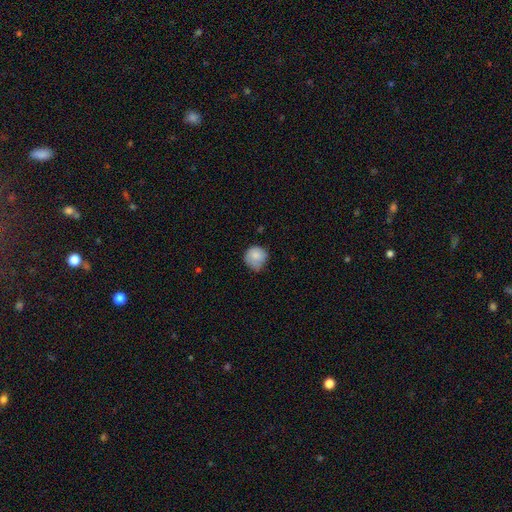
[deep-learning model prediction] smooth-or-featured: smooth: 81% | featured or disk: 11% | star or artifact: 8%
  how-rounded: round: 86% | in between: 13% | cigar-shaped: 1%
  merging: none: 53% | minor disturbance: 36% | major disturbance: 9% | merger: 2%